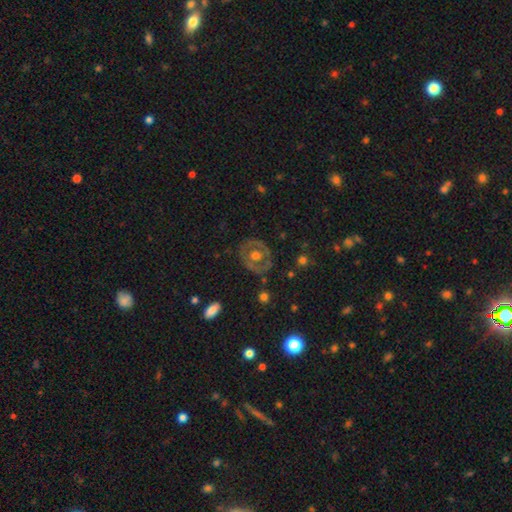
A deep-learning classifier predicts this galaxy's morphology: Smooth or featured? Predicted: featured or disk (p=0.55). Edge-on disk? Predicted: no (p=0.95). Bar? Predicted: no (p=0.86). Spiral arms? Predicted: no (p=0.84). Bulge size? Predicted: moderate (p=0.65). Merging? Predicted: none (p=0.76).